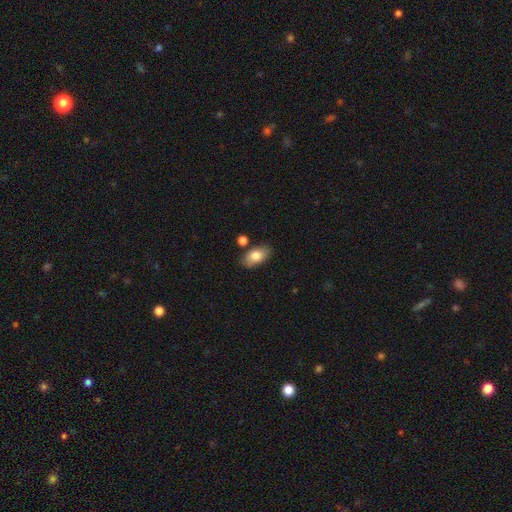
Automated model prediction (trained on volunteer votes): Overall: smooth (80%). How rounded: in between (91%). Merging: none (80%).